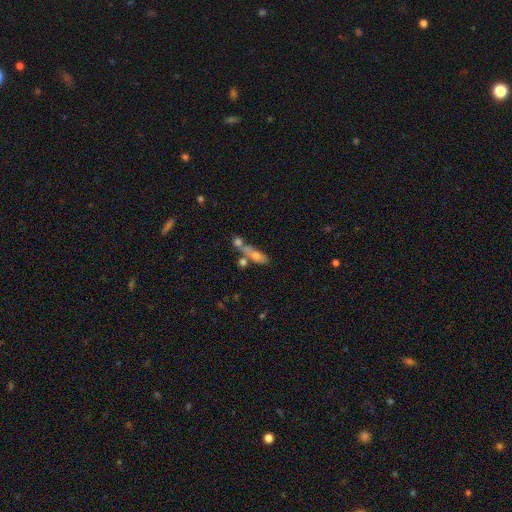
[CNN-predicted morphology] type=smooth (59%); roundness=in between (57%); merging=merger (48%).